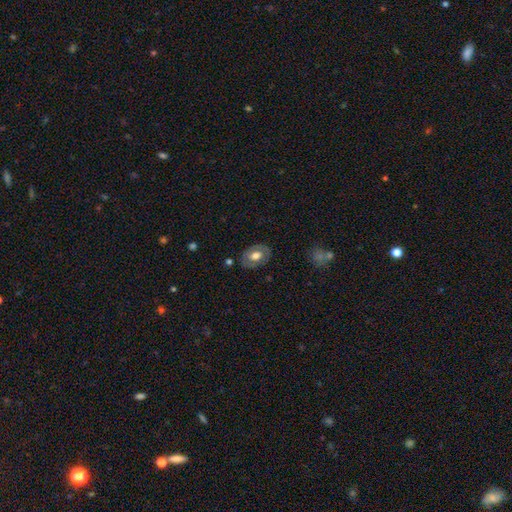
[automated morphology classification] Smooth or featured? smooth (50%)
How rounded? in between (78%)
Merging? none (80%)